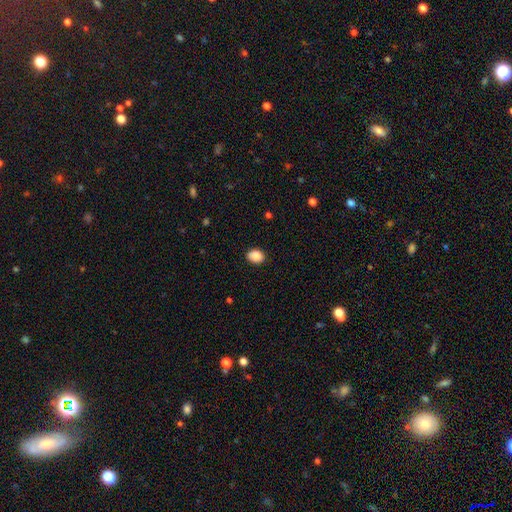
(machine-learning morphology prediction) type=smooth (89%); roundness=in between (64%); merging=none (88%).